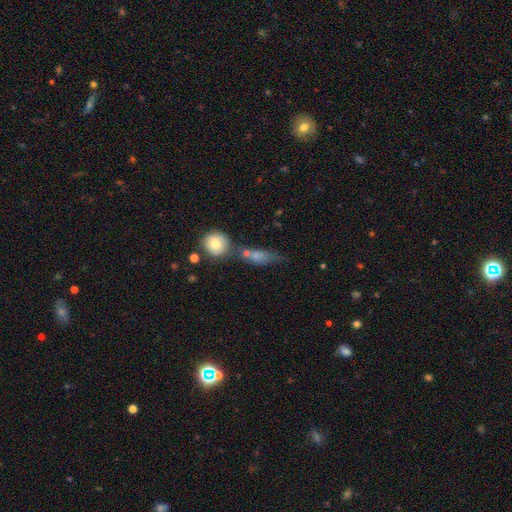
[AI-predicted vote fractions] Morphology: type=smooth (49%); merging=none (55%).